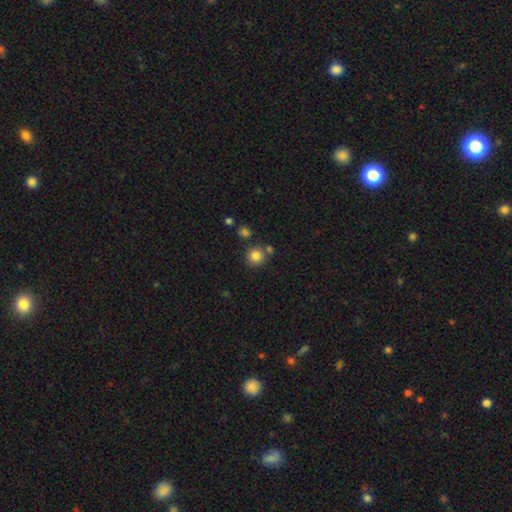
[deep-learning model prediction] A smooth galaxy with no disk features (83%) that is round (91%).

Vote fractions:
- Smooth or featured? smooth: 83% / star or artifact: 11% / featured or disk: 6%
- How rounded? round: 91% / in between: 8% / cigar-shaped: 1%
- Merging? none: 76% / merger: 11% / minor disturbance: 10% / major disturbance: 3%